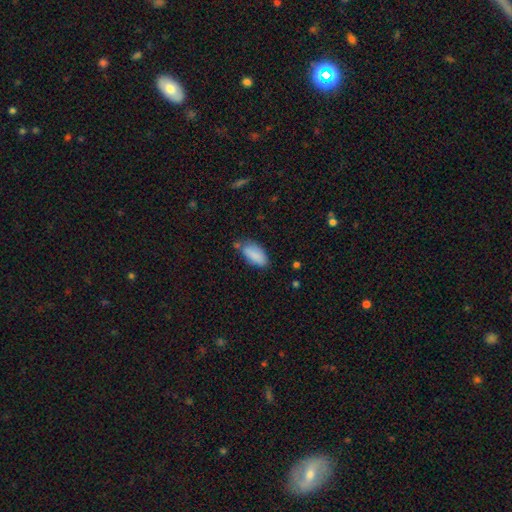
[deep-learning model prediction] Smooth or featured: smooth — 86% (star or artifact — 7%)
How rounded: in between — 87% (cigar-shaped — 11%)
Merging: none — 63% (minor disturbance — 25%)